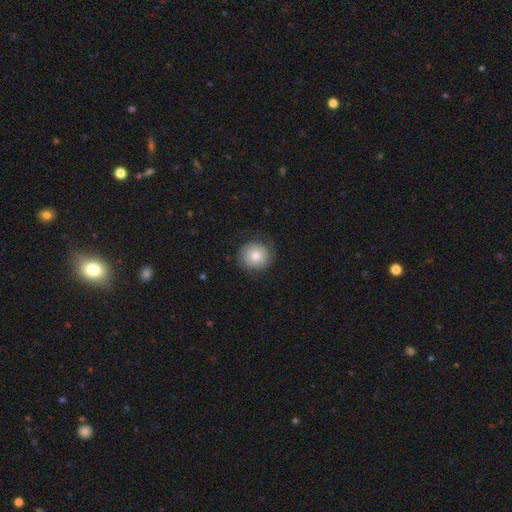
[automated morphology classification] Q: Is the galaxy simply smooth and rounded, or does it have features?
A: smooth — 62%.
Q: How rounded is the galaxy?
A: round — 91%.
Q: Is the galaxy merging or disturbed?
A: none — 75%.